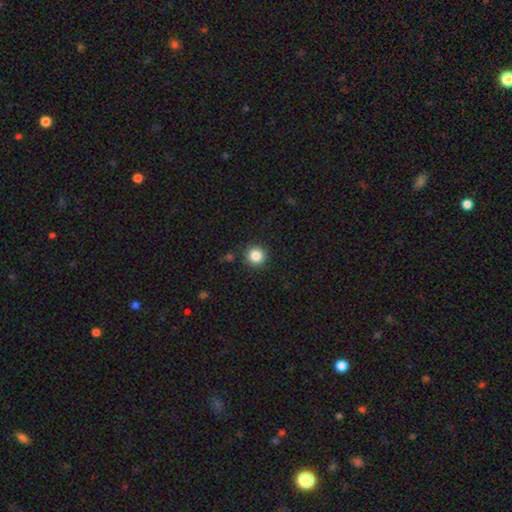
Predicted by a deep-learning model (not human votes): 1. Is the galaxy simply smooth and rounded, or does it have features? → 86% smooth, 10% star or artifact, 4% featured or disk.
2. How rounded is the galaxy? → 94% round, 5% in between, 1% cigar-shaped.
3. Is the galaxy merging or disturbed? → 90% none, 6% minor disturbance, 2% major disturbance, 2% merger.